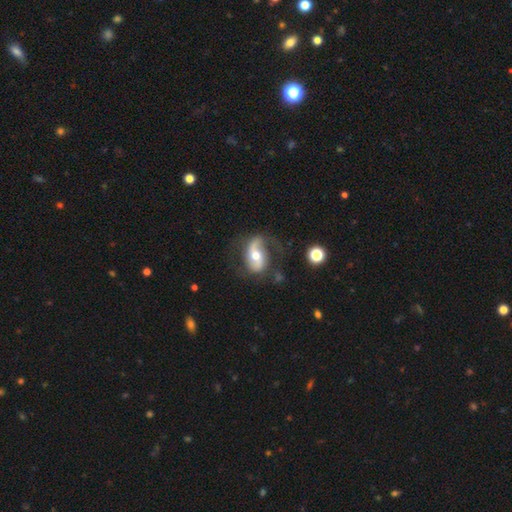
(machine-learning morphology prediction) This appears to be a featured or disk galaxy (76%) with no bar (43%), 2 (79%) loose (62%) spiral arms (91%) and a moderate central bulge (70%). Merging: none (59%).